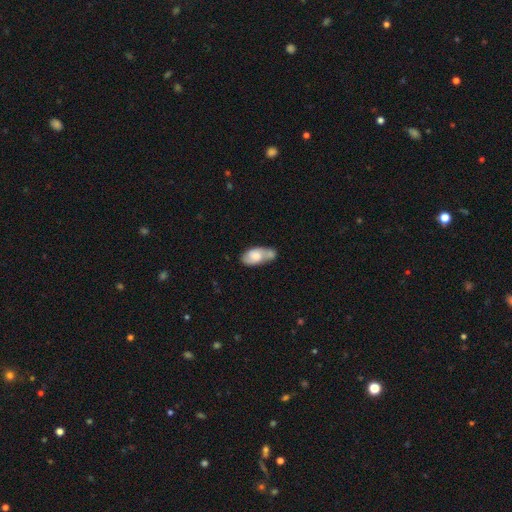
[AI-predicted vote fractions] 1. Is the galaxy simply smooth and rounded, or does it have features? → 66% smooth, 27% featured or disk, 7% star or artifact.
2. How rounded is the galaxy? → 90% in between, 6% cigar-shaped, 4% round.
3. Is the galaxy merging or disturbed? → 42% merger, 29% none, 21% minor disturbance, 8% major disturbance.